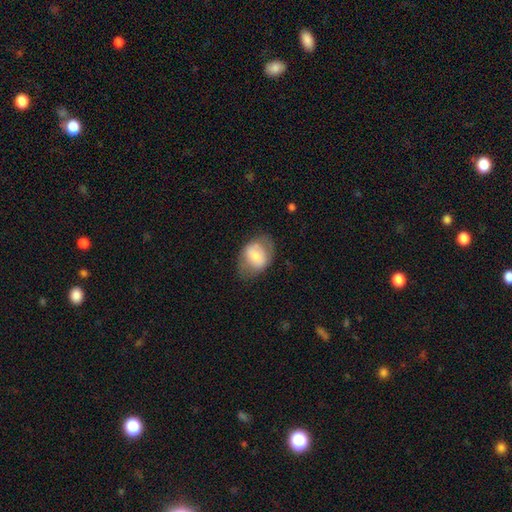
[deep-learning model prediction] Smooth or featured?
  - smooth: 61% *
  - featured or disk: 32%
  - star or artifact: 7%
How rounded?
  - in between: 65% *
  - round: 34%
  - cigar-shaped: 1%
Merging?
  - none: 63% *
  - minor disturbance: 23%
  - major disturbance: 13%
  - merger: 1%